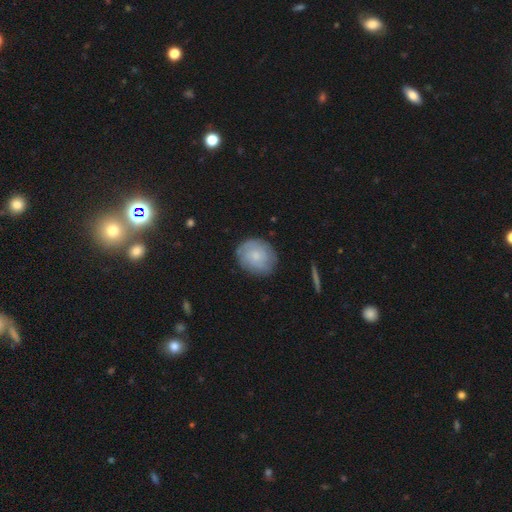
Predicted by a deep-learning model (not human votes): smooth 60%, featured or disk 33%, star or artifact 7%. Down the decision tree: how rounded — round (69%); merging — none (78%).